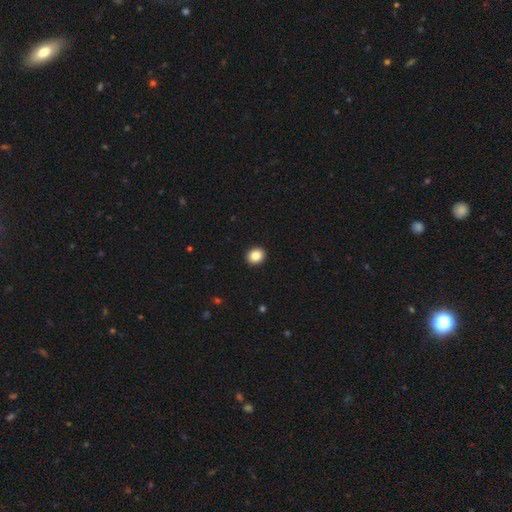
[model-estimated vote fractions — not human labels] The model was most divided on "how rounded": round: 73%, in between: 26%, cigar-shaped: 1%. More confident: merging — none (93%); smooth or featured — smooth (85%).